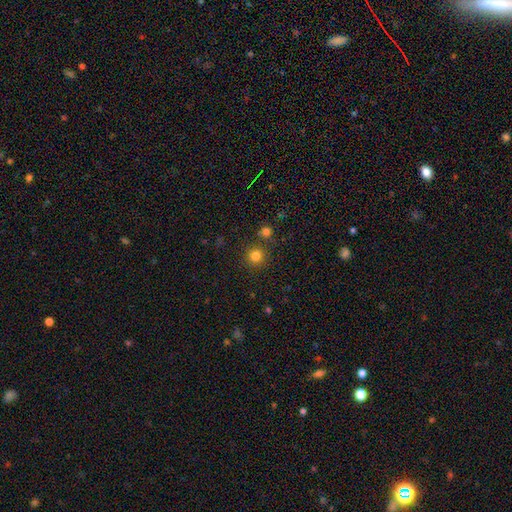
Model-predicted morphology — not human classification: Smooth or featured? smooth (81%)
How rounded? round (93%)
Merging? none (83%)